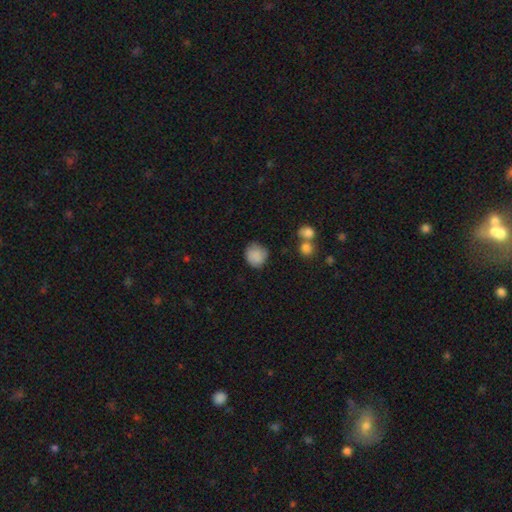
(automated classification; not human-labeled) A smooth galaxy with no disk features (86%) that is round (84%).

Vote fractions:
- Smooth or featured? smooth: 86% / star or artifact: 8% / featured or disk: 7%
- How rounded? round: 84% / in between: 15% / cigar-shaped: 1%
- Merging? none: 72% / minor disturbance: 20% / major disturbance: 5% / merger: 3%